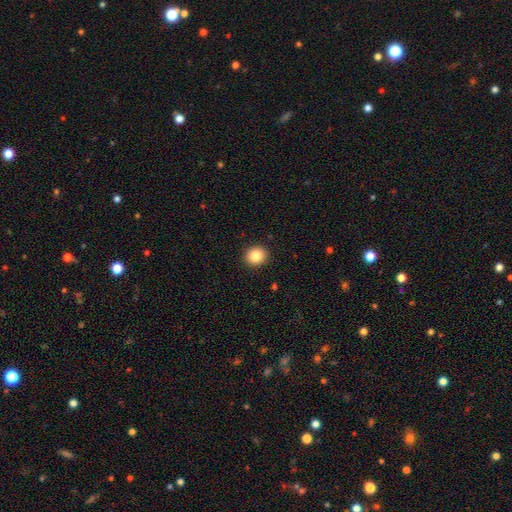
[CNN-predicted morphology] Smooth or featured?
  - smooth: 85% *
  - star or artifact: 10%
  - featured or disk: 5%
How rounded?
  - round: 82% *
  - in between: 17%
  - cigar-shaped: 1%
Merging?
  - none: 92% *
  - minor disturbance: 5%
  - major disturbance: 2%
  - merger: 1%